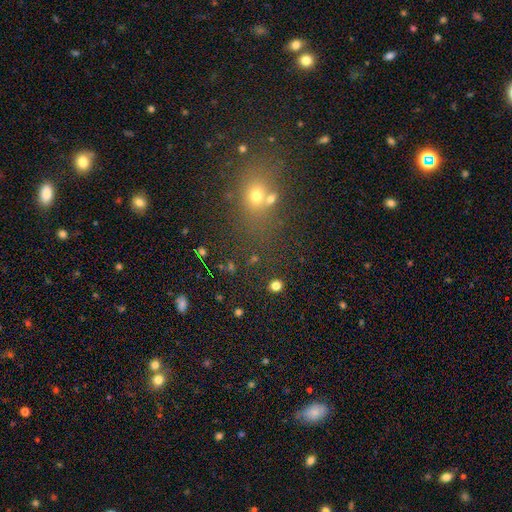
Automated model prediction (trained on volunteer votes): Morphology: type=smooth (46%); merging=none (63%).